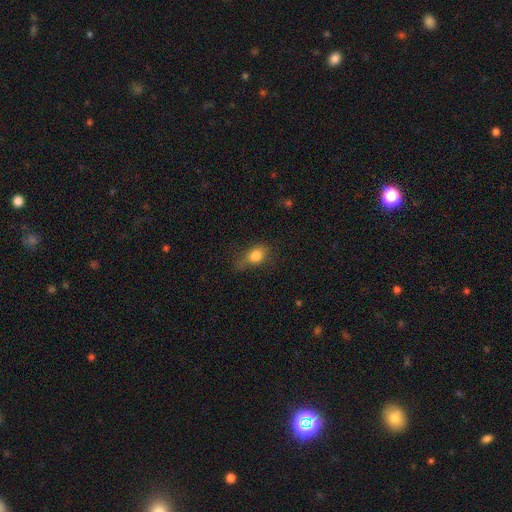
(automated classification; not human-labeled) Q: Smooth or featured?
A: smooth (81%); runner-up: star or artifact (10%)
Q: How rounded?
A: in between (66%); runner-up: round (31%)
Q: Merging?
A: none (47%); runner-up: minor disturbance (33%)